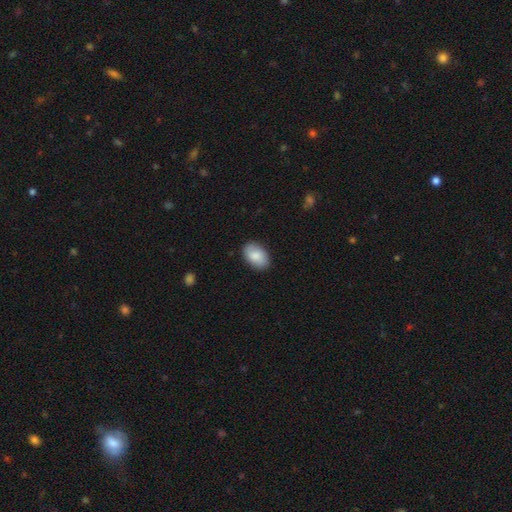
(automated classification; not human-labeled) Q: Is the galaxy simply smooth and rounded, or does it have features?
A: smooth — 84%.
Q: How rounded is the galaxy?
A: in between — 91%.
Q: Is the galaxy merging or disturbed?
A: none — 87%.